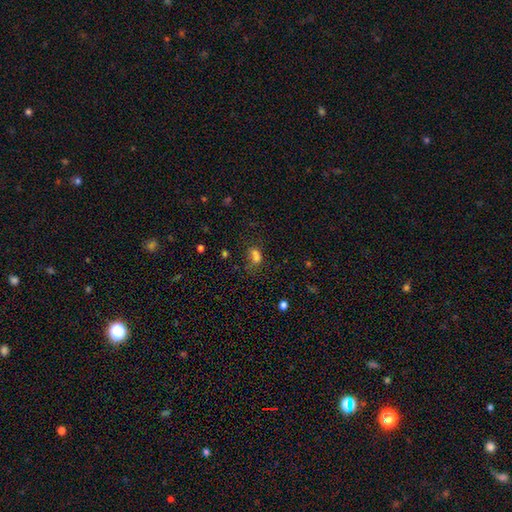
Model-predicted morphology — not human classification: Smooth or featured? smooth (71%)
How rounded? in between (74%)
Merging? none (41%)